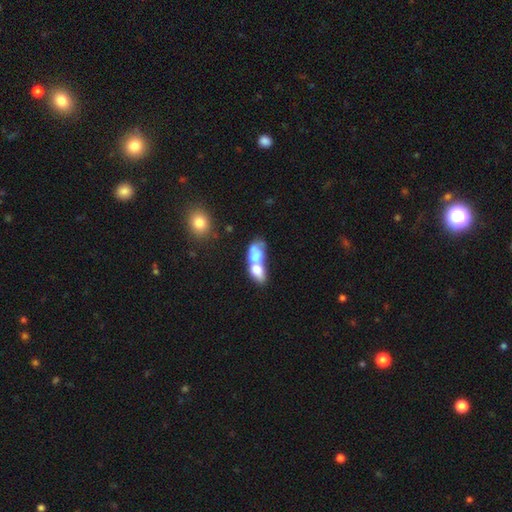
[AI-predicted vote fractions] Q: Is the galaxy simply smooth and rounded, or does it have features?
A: smooth — 57%.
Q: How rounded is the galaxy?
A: in between — 77%.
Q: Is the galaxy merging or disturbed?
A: merger — 72%.